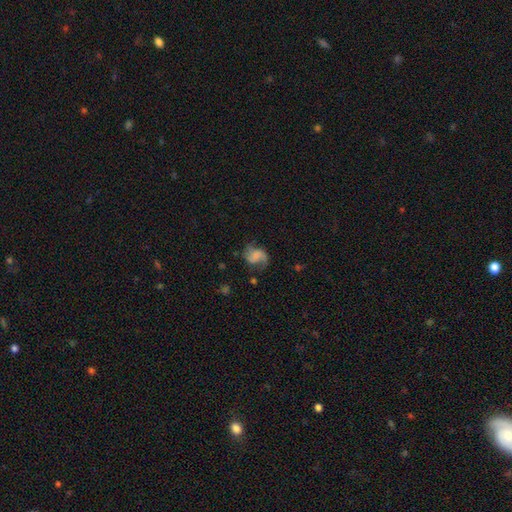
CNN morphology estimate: This appears to be a featured or disk galaxy (56%) with no bar (51%), spiral arms (87%) and no central bulge (56%). Merging: none (51%).